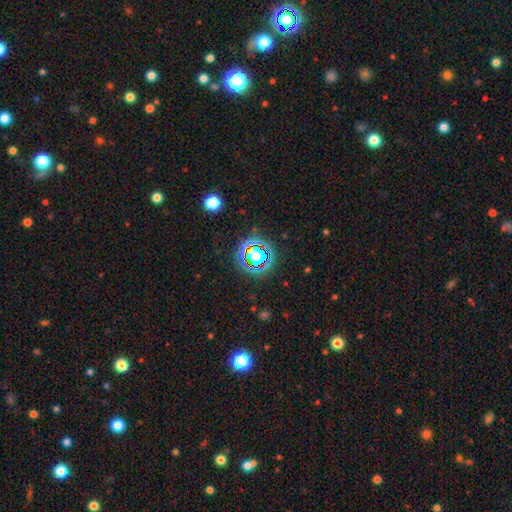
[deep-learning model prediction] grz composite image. It shows a star or artifact, not a galaxy (59%).